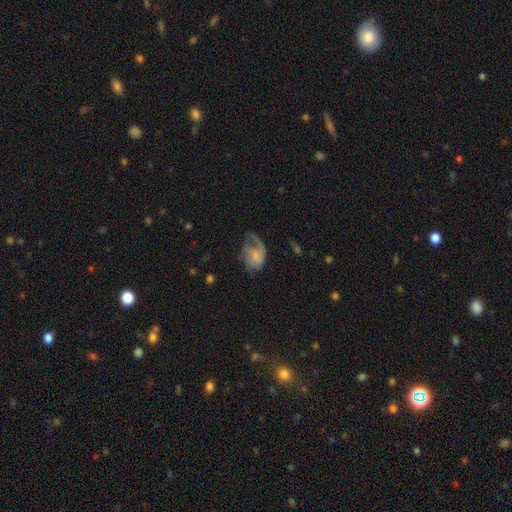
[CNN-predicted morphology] smooth_or_featured: featured or disk (p=0.47) [alt: smooth p=0.44]
merging: major disturbance (p=0.46) [alt: none p=0.27]